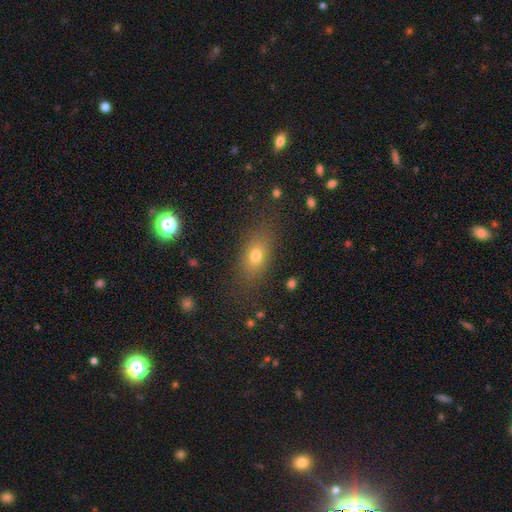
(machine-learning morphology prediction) smooth_or_featured: smooth (p=0.71) [alt: star or artifact p=0.15]
how_rounded: in between (p=0.73) [alt: round p=0.18]
merging: none (p=0.80) [alt: minor disturbance p=0.13]